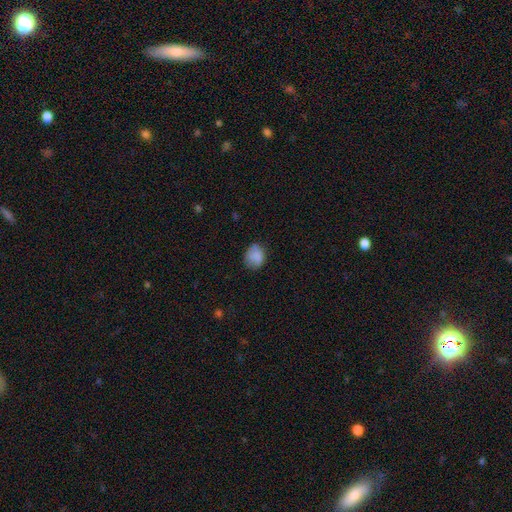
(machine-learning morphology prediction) Smooth or featured?
  - smooth: 84% *
  - star or artifact: 8%
  - featured or disk: 8%
How rounded?
  - round: 59% *
  - in between: 40%
  - cigar-shaped: 1%
Merging?
  - none: 69% *
  - minor disturbance: 24%
  - major disturbance: 6%
  - merger: 1%